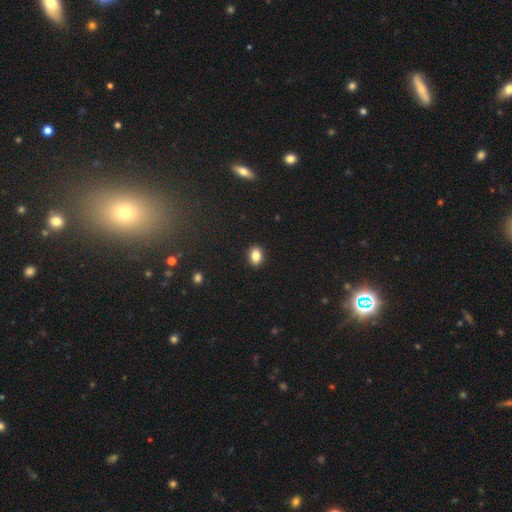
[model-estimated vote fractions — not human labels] Morphology: type=smooth (84%); roundness=in between (56%); merging=none (91%).